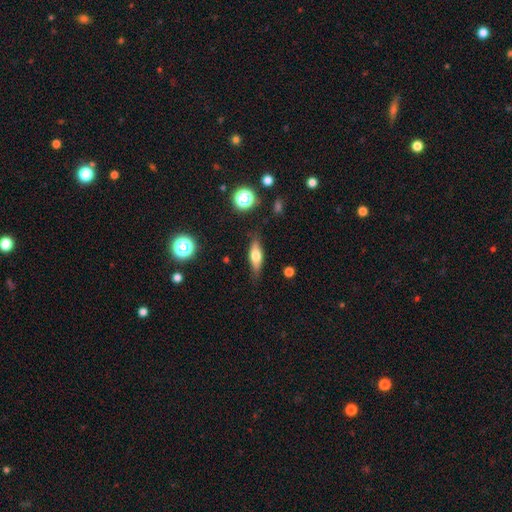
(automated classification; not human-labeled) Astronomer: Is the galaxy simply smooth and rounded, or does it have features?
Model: smooth — 56% (runner-up: featured or disk, 36%).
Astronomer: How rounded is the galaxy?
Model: in between — 56% (runner-up: cigar-shaped, 39%).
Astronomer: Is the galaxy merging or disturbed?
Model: none — 81%.